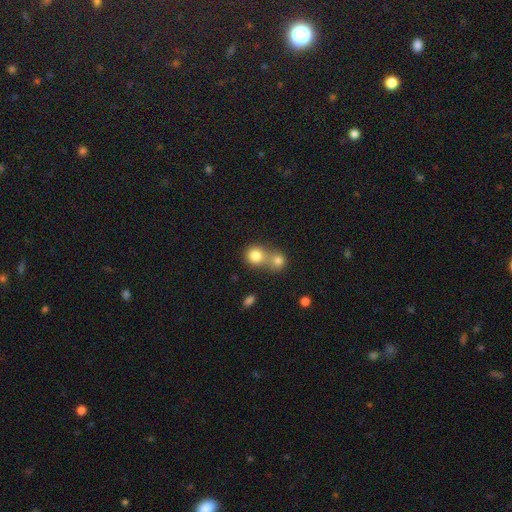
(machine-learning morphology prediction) smooth 81%, star or artifact 11%, featured or disk 9%. Down the decision tree: how rounded — round (84%); merging — merger (55%).